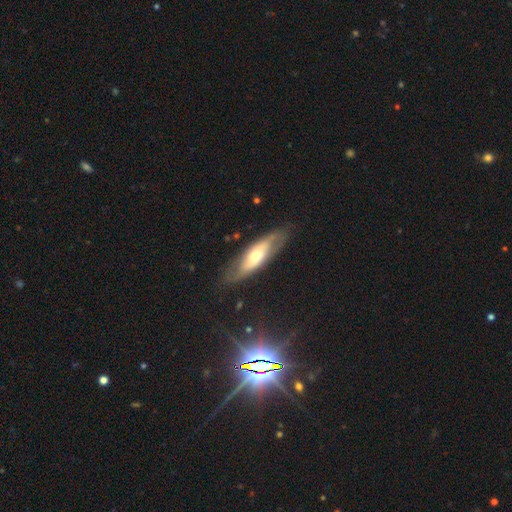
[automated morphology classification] Overall: featured or disk (53%; smooth 40%). Edge-on disk: no (66%; yes 34%). Merging: none (76%).